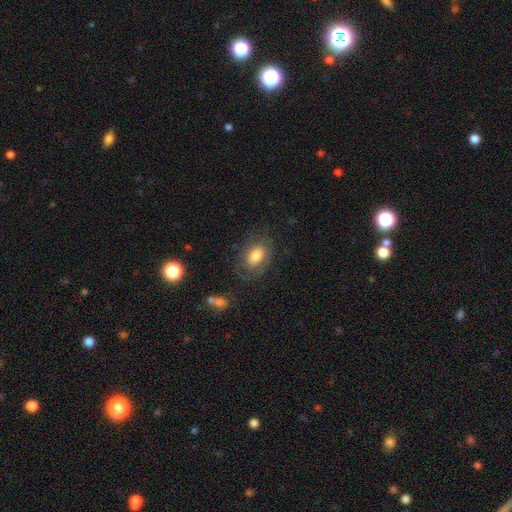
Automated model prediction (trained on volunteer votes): Smooth or featured: smooth — 66% (featured or disk — 26%)
How rounded: in between — 85% (round — 13%)
Merging: none — 68% (minor disturbance — 19%)